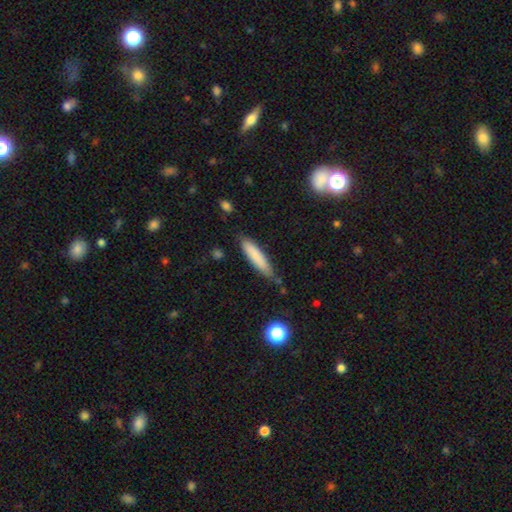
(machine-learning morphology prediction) A smooth galaxy with no disk features (82%) that is cigar-shaped (82%). Merging: none (79%).